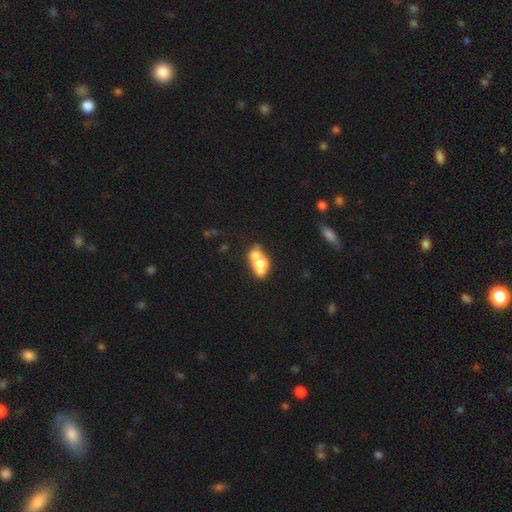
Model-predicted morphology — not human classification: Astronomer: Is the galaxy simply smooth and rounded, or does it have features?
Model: smooth — 59%.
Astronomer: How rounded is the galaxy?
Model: in between — 74%.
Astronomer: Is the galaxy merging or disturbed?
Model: merger — 59%.